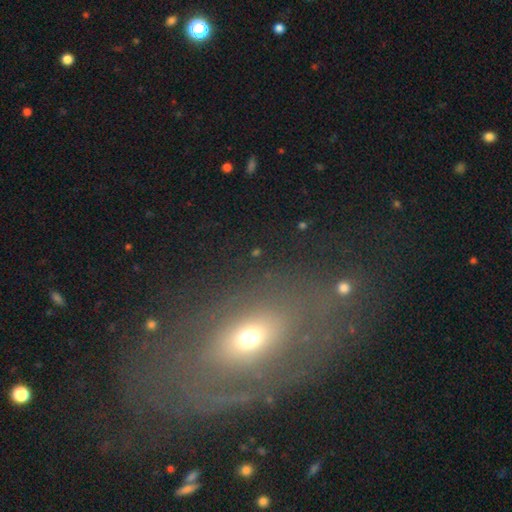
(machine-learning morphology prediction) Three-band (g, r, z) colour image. It shows a smooth galaxy with no disk features (41%). Merging: none (69%).